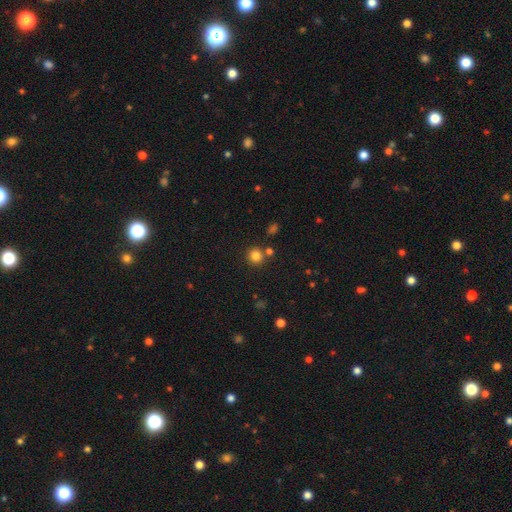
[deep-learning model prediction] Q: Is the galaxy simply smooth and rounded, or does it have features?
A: smooth — 82%.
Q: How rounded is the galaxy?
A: round — 91%.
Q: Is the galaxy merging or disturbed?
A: none — 80%.